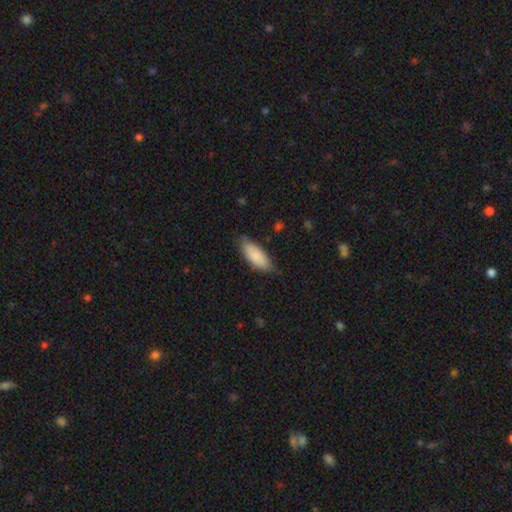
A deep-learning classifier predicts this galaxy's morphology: This appears to be a smooth galaxy with no disk features (84%) that is in between round and cigar-shaped (79%). Merging: none (73%).